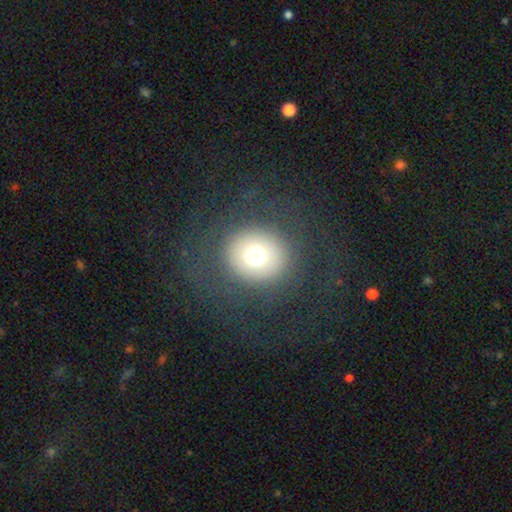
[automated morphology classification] Smooth or featured? Predicted: smooth (p=0.67). How rounded? Predicted: round (p=0.89). Merging? Predicted: none (p=0.79).